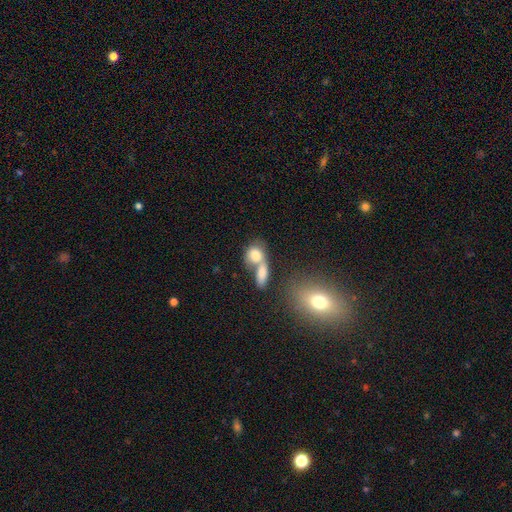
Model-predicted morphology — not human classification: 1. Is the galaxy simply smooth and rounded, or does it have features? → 76% smooth, 15% featured or disk, 9% star or artifact.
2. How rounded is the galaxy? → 61% in between, 35% round, 4% cigar-shaped.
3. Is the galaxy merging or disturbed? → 62% merger, 23% none, 8% minor disturbance, 7% major disturbance.